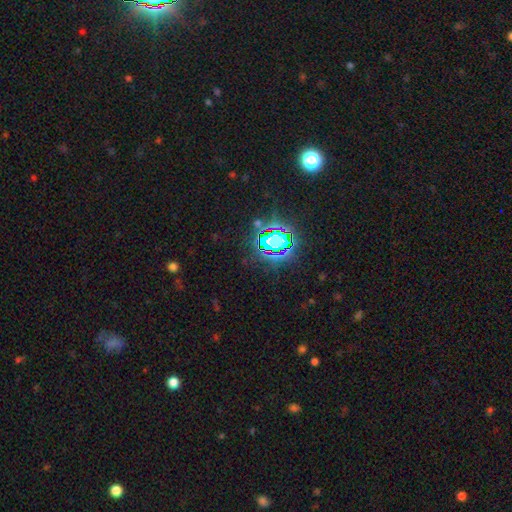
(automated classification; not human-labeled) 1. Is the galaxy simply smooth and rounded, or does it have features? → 79% star or artifact, 14% smooth, 8% featured or disk.